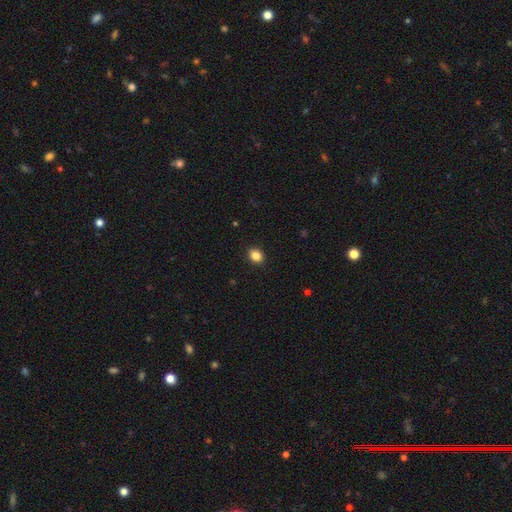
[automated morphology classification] Q: Smooth or featured?
A: smooth (86%); runner-up: star or artifact (10%)
Q: How rounded?
A: round (52%); runner-up: in between (47%)
Q: Merging?
A: none (91%); runner-up: minor disturbance (7%)